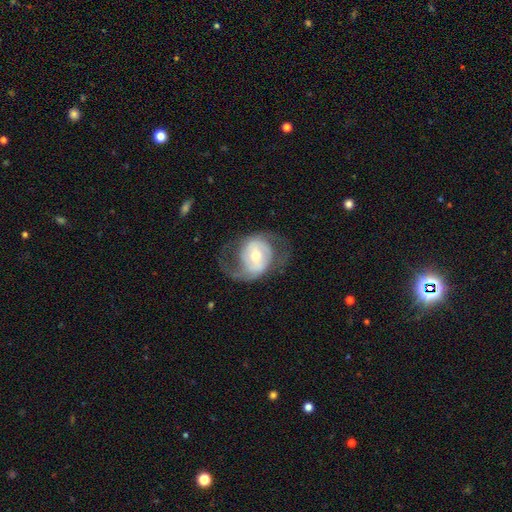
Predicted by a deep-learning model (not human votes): Overall: featured or disk (79%). Edge-on disk: no (97%). Bar: no (43%; weak 35%). Spiral arms: yes (85%). Spiral arm count: 2 (84%). Spiral winding: medium (48%; loose 33%). Bulge size: moderate (53%; small 40%). Merging: none (61%; major disturbance 21%).